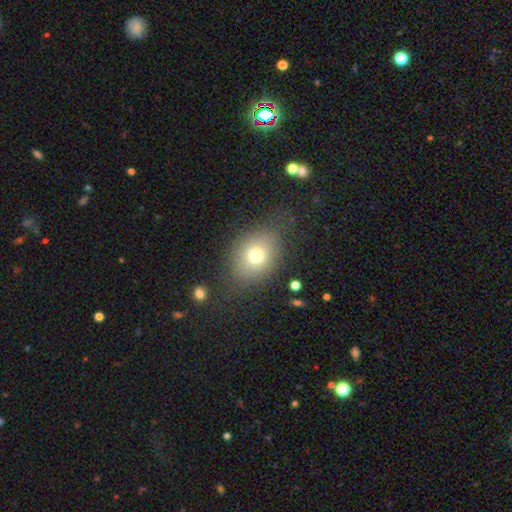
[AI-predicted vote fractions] Q: Smooth or featured?
A: smooth (71%); runner-up: featured or disk (15%)
Q: How rounded?
A: in between (55%); runner-up: round (44%)
Q: Merging?
A: none (73%); runner-up: minor disturbance (16%)